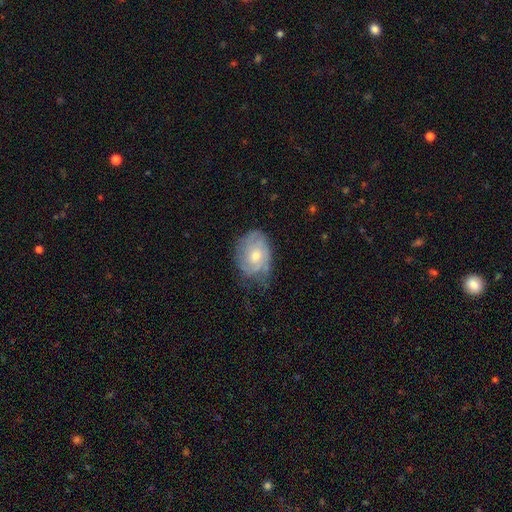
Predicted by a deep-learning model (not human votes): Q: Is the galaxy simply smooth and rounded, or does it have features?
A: featured or disk — 63%.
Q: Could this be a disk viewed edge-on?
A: no — 96%.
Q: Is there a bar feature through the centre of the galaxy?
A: no — 77%.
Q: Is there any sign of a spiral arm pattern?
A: yes — 83%.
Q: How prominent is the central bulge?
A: moderate — 56%.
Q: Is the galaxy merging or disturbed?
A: none — 55%.